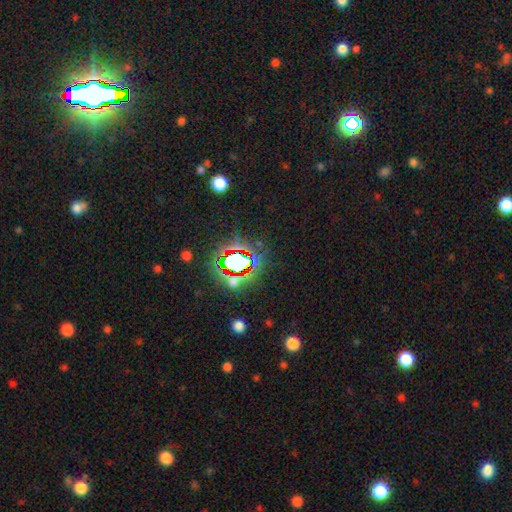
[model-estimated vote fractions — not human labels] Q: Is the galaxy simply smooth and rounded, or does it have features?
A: star or artifact — 82%.